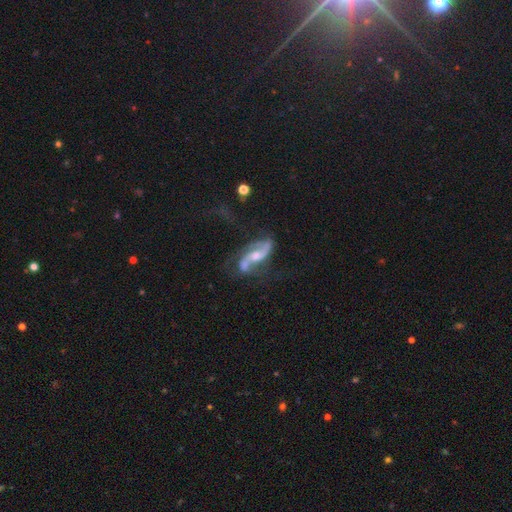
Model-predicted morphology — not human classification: Smooth or featured: featured or disk — 83% (smooth — 10%)
Edge-on disk: no — 94% (yes — 6%)
Bar: no — 45% (weak — 40%)
Spiral arms: yes — 93% (no — 7%)
Spiral winding: loose — 50% (medium — 39%)
Spiral arm count: 2 — 86% (can't tell — 5%)
Bulge size: moderate — 52% (small — 31%)
Merging: none — 39% (major disturbance — 23%)